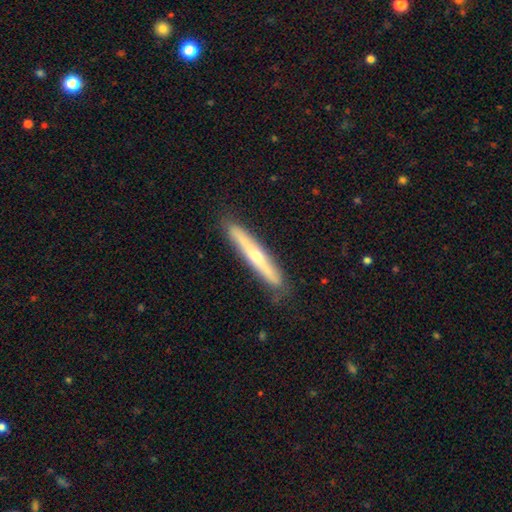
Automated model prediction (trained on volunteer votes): featured or disk 60%, smooth 33%, star or artifact 7%. Down the decision tree: edge-on disk — yes (91%); edge-on bulge — rounded (78%); merging — none (87%).